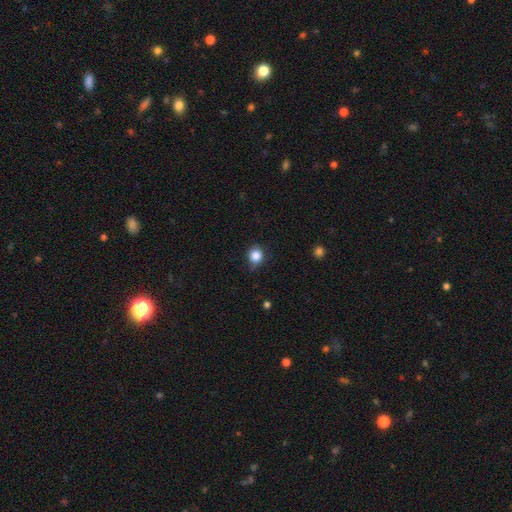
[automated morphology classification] smooth 85%, star or artifact 10%, featured or disk 5%. Down the decision tree: how rounded — round (81%); merging — none (72%).